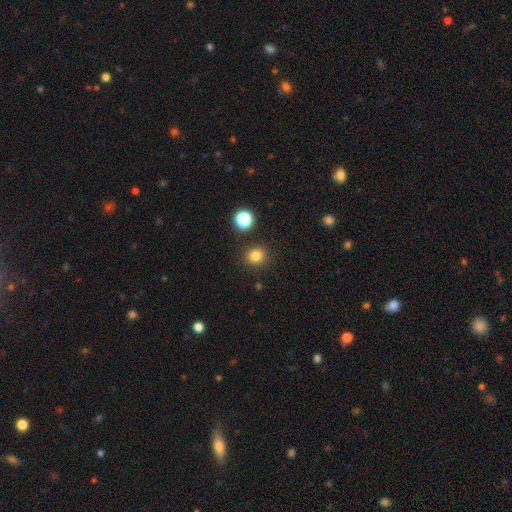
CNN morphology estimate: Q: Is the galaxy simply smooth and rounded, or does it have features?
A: smooth — 81%.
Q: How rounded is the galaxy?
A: round — 88%.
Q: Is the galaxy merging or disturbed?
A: none — 88%.